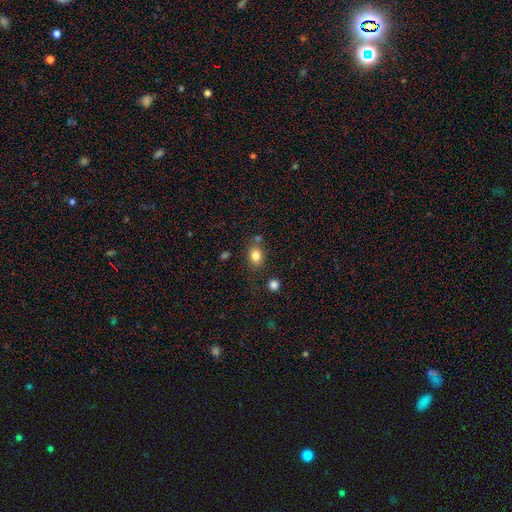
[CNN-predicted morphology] smooth-or-featured: smooth: 82% | star or artifact: 11% | featured or disk: 7%
  how-rounded: in between: 54% | round: 45% | cigar-shaped: 1%
  merging: none: 72% | minor disturbance: 14% | merger: 10% | major disturbance: 4%